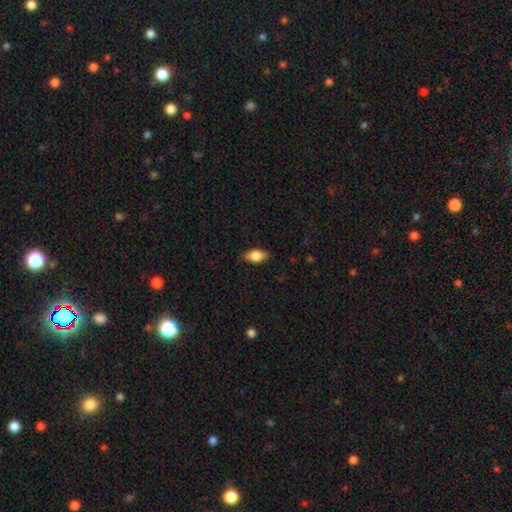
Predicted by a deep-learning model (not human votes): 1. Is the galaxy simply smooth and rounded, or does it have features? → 77% smooth, 16% featured or disk, 7% star or artifact.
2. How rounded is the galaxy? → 86% in between, 8% round, 6% cigar-shaped.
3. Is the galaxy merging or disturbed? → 81% none, 15% minor disturbance, 3% major disturbance, 1% merger.